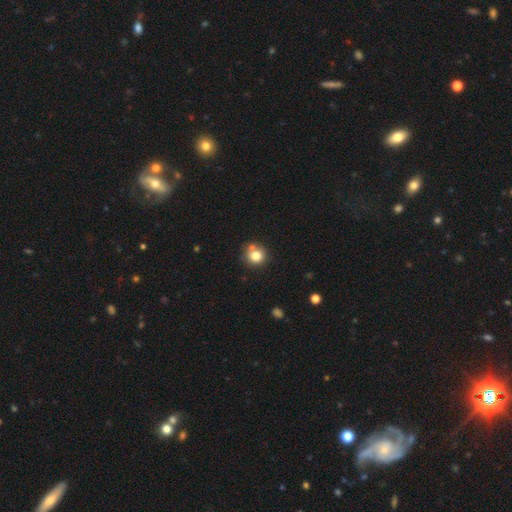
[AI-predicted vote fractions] A smooth galaxy with no disk features (79%) that is round (89%).

Vote fractions:
- Smooth or featured? smooth: 79% / star or artifact: 11% / featured or disk: 10%
- How rounded? round: 89% / in between: 10% / cigar-shaped: 1%
- Merging? none: 66% / merger: 16% / minor disturbance: 14% / major disturbance: 4%